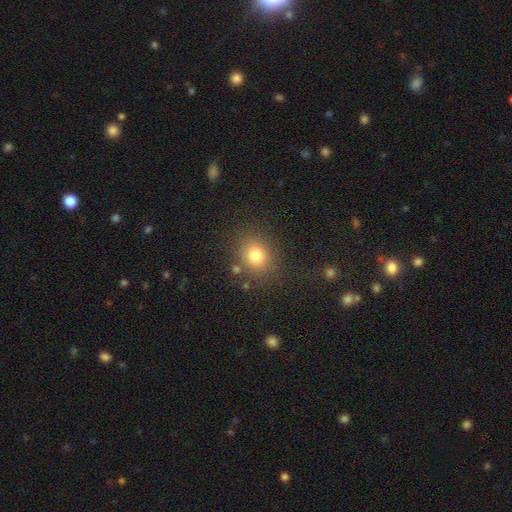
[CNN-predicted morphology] smooth-or-featured: smooth: 79% | star or artifact: 13% | featured or disk: 8%
  how-rounded: round: 71% | in between: 28% | cigar-shaped: 1%
  merging: none: 80% | minor disturbance: 11% | merger: 5% | major disturbance: 5%